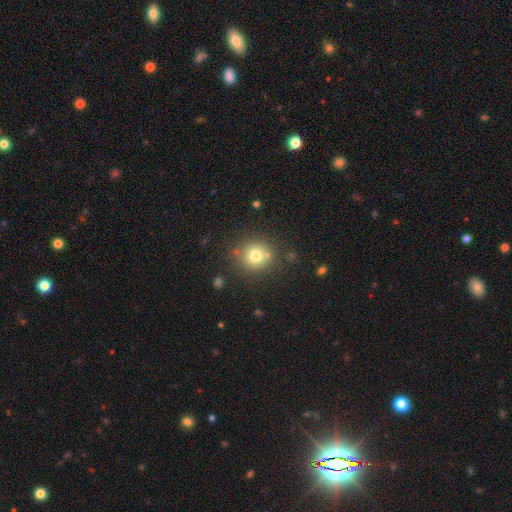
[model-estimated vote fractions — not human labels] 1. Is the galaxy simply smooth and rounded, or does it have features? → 75% smooth, 14% star or artifact, 11% featured or disk.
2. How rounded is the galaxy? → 92% round, 7% in between, 1% cigar-shaped.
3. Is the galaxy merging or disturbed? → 80% none, 10% minor disturbance, 7% merger, 4% major disturbance.